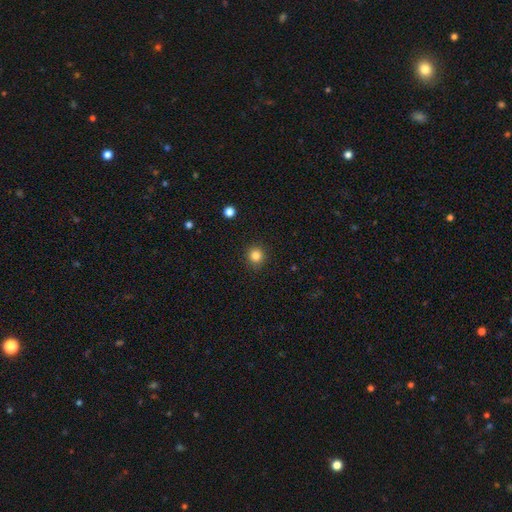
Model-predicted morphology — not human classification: smooth_or_featured: smooth (p=0.83) [alt: star or artifact p=0.12]
how_rounded: round (p=0.92) [alt: in between p=0.07]
merging: none (p=0.90) [alt: minor disturbance p=0.07]